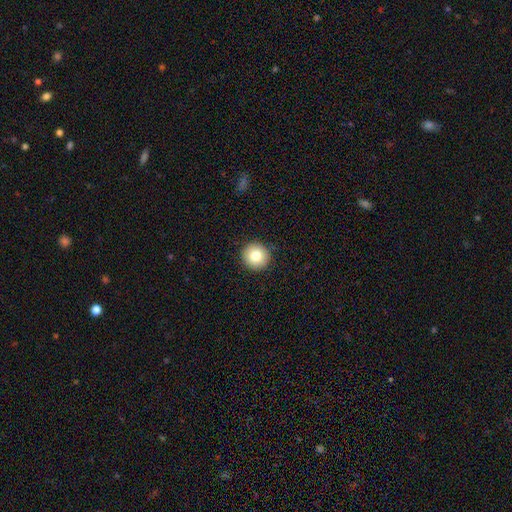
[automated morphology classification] type=smooth (80%); roundness=round (94%); merging=none (92%).